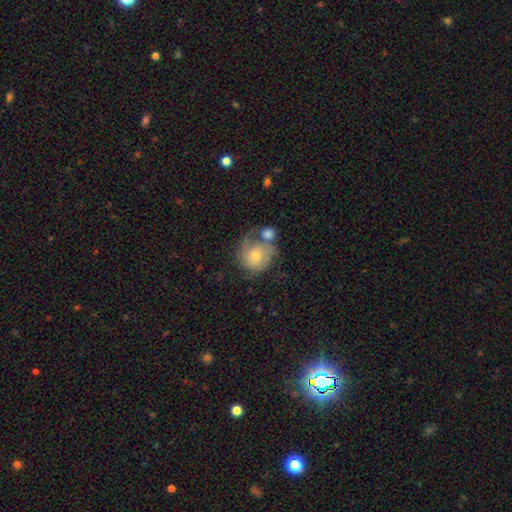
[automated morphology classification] Overall: featured or disk (55%; smooth 36%). Edge-on disk: no (97%). Bar: no (81%). Spiral arms: yes (80%). Bulge size: moderate (51%; small 40%). Merging: none (37%; merger 31%).